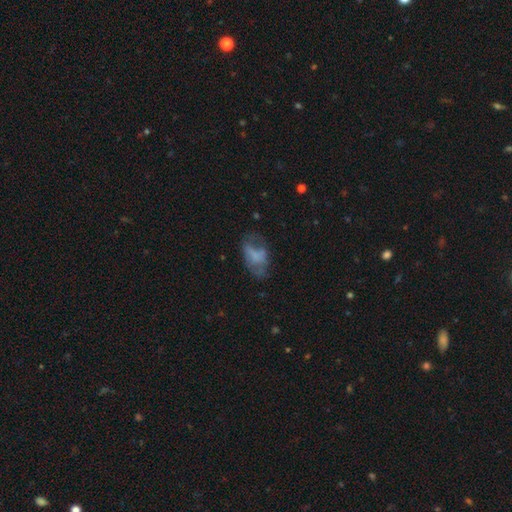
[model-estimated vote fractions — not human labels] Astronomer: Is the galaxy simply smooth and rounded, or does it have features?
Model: smooth — 51% (runner-up: featured or disk, 38%).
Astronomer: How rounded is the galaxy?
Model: in between — 89%.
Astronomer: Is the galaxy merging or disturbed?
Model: none — 40% (runner-up: major disturbance, 31%).